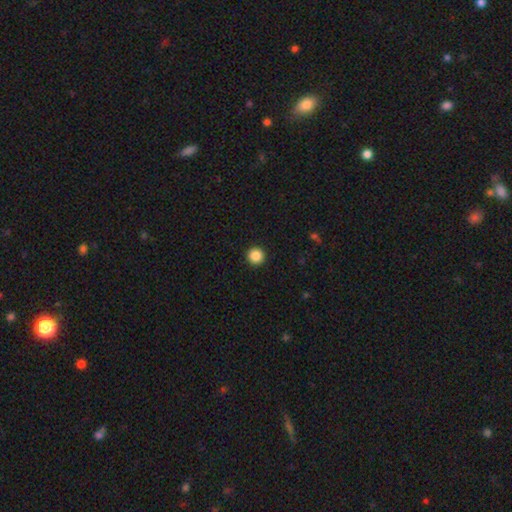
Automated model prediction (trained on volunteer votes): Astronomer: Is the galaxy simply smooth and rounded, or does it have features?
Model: smooth — 87%.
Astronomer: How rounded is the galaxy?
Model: round — 96%.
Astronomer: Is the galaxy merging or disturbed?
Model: none — 94%.